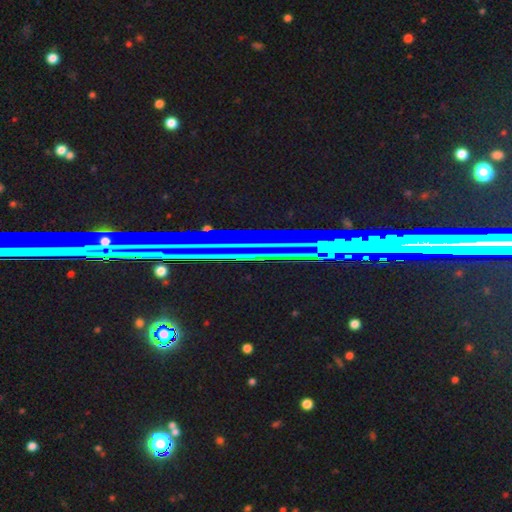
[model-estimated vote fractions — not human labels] This is likely a star or artifact rather than a galaxy (77%).